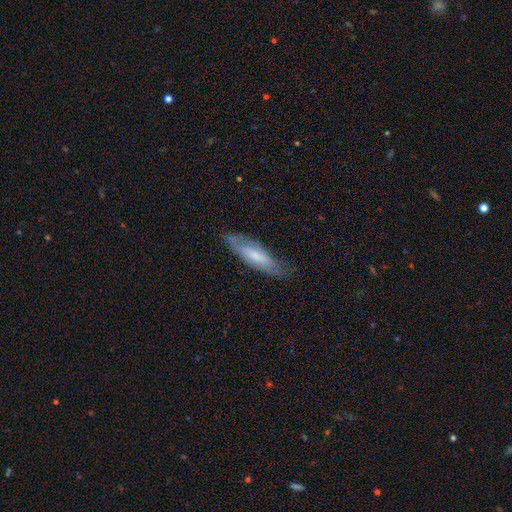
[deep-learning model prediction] The model was most divided on "smooth or featured": smooth: 54%, featured or disk: 39%, star or artifact: 6%. More confident: merging — none (70%); how rounded — cigar-shaped (60%).